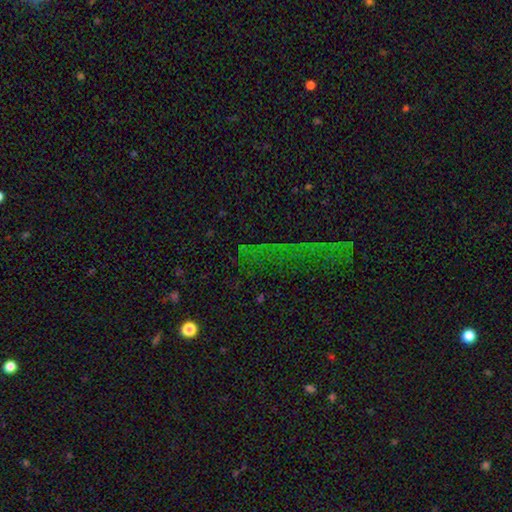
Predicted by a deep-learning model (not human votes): Overall: star or artifact (71%).